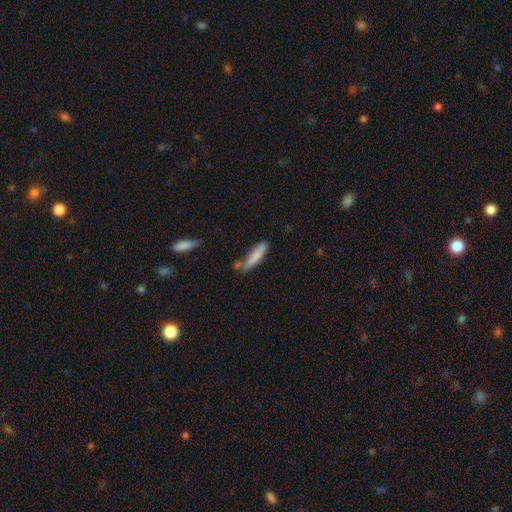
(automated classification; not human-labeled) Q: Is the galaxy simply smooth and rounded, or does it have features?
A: smooth — 79%.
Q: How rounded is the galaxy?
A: cigar-shaped — 86%.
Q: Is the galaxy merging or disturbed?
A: none — 59%.